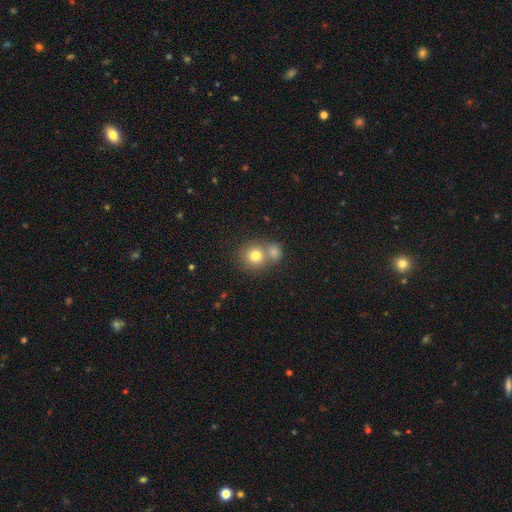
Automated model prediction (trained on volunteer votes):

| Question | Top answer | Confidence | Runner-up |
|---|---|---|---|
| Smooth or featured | smooth | 77% | star or artifact (12%) |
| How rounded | round | 87% | in between (12%) |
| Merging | none | 48% | merger (43%) |